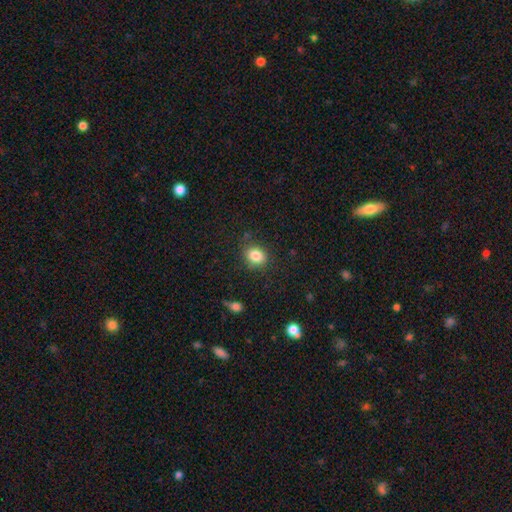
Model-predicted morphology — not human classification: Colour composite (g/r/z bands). It shows a smooth galaxy with no disk features (84%) that is round (52%). Merging: none (82%).